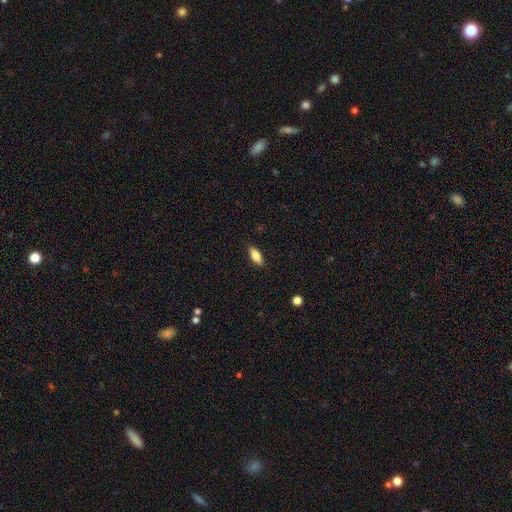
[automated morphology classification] smooth 82%, featured or disk 11%, star or artifact 7%. Down the decision tree: how rounded — in between (81%); merging — none (87%).